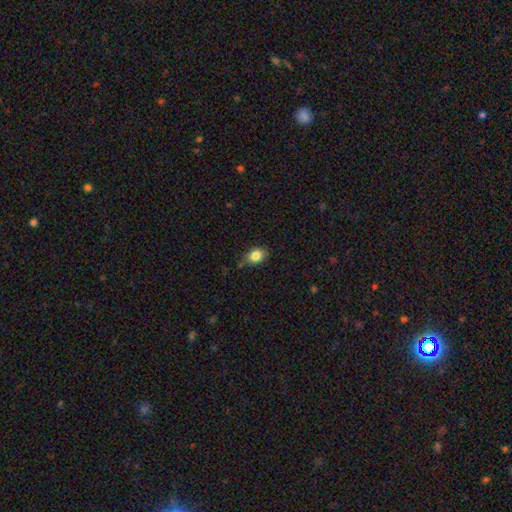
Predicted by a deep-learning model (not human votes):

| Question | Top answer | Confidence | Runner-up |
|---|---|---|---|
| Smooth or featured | smooth | 84% | star or artifact (9%) |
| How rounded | in between | 68% | round (31%) |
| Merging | none | 75% | minor disturbance (19%) |